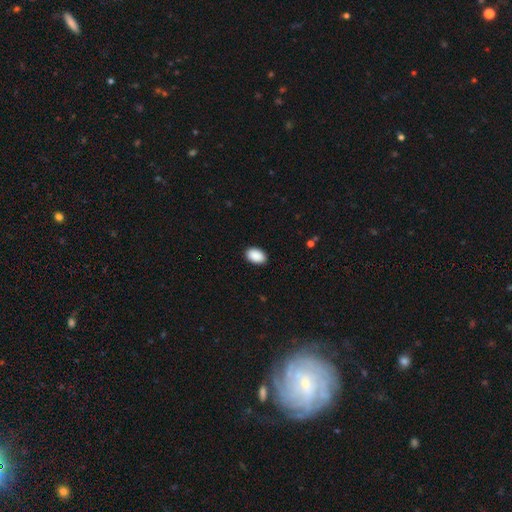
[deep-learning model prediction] This is clearly a smooth galaxy (91%). How rounded: clearly in between (91%). Merging: clearly none (90%).